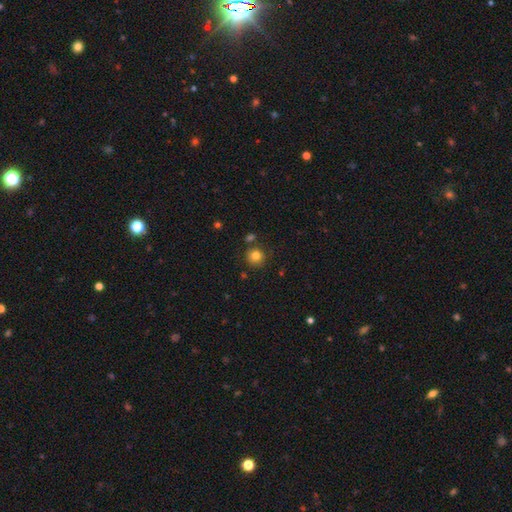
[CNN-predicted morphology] smooth 81%, star or artifact 12%, featured or disk 7%. Down the decision tree: how rounded — round (92%); merging — none (82%).